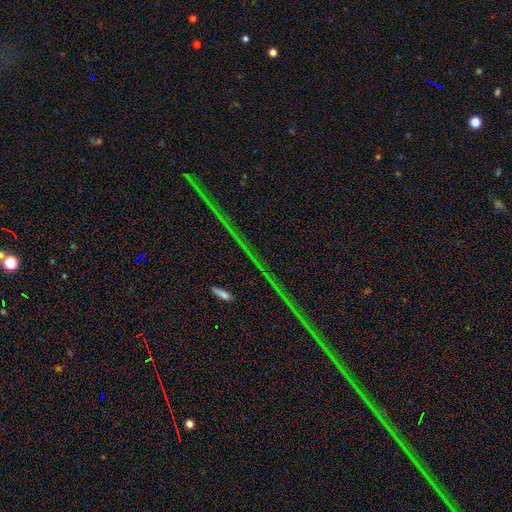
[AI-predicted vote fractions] Smooth or featured? Predicted: star or artifact (p=0.87).